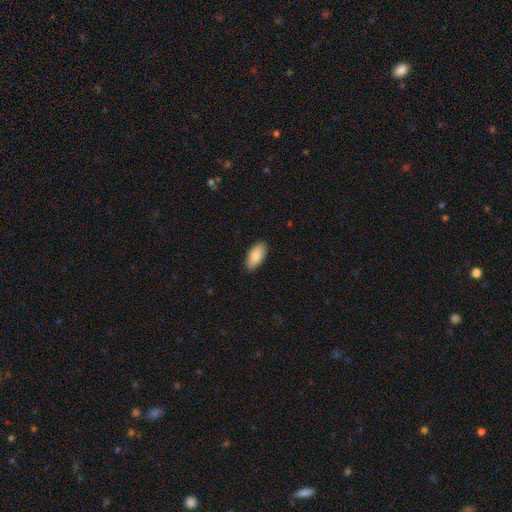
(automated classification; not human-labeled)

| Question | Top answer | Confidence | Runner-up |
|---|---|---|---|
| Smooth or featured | smooth | 88% | featured or disk (6%) |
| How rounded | in between | 92% | cigar-shaped (6%) |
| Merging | none | 87% | minor disturbance (10%) |